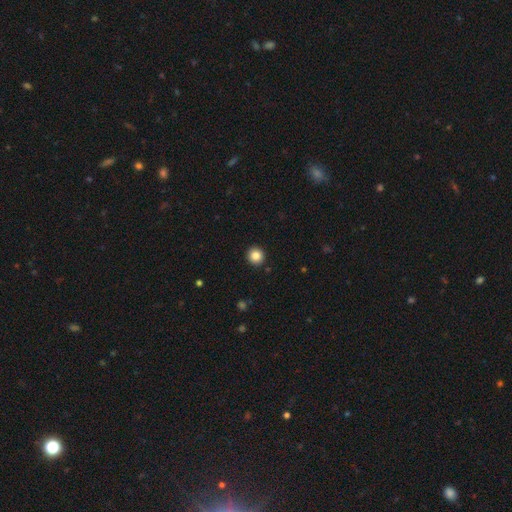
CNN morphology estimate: Smooth or featured? smooth (84%)
How rounded? round (94%)
Merging? none (93%)